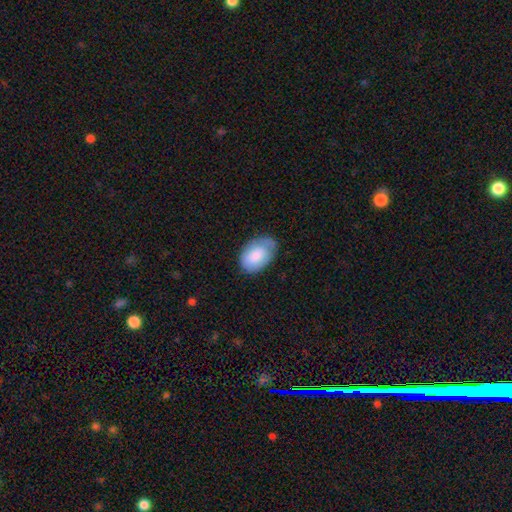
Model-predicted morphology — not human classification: The model was most divided on "merging": none: 64%, minor disturbance: 27%, major disturbance: 7%, merger: 2%. More confident: how rounded — in between (90%); smooth or featured — smooth (79%).